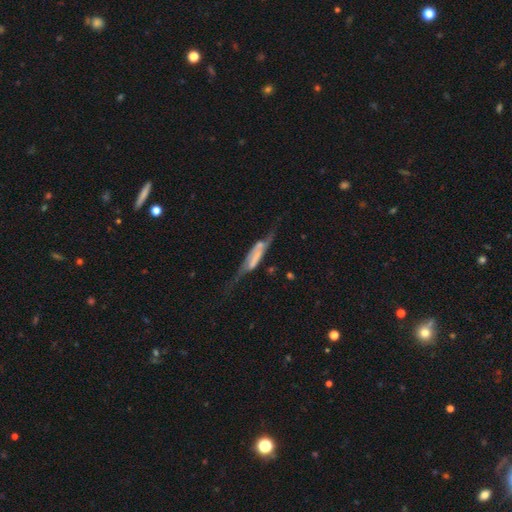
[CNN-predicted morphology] Smooth or featured? featured or disk (68%)
Edge-on disk? yes (55%)
Merging? none (36%)